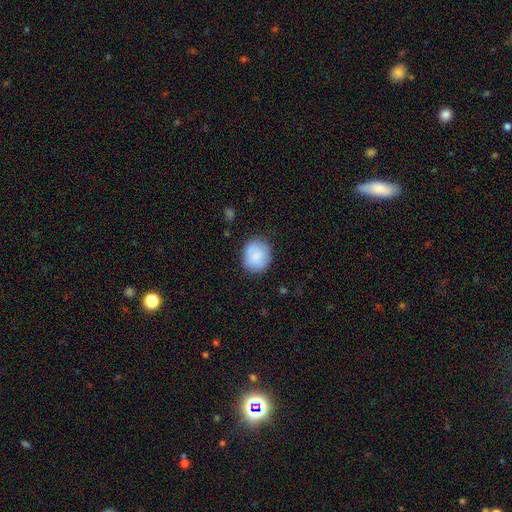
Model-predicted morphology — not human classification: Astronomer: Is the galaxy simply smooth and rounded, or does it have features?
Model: smooth — 85%.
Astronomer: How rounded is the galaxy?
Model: round — 77%.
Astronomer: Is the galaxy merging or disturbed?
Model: none — 81%.